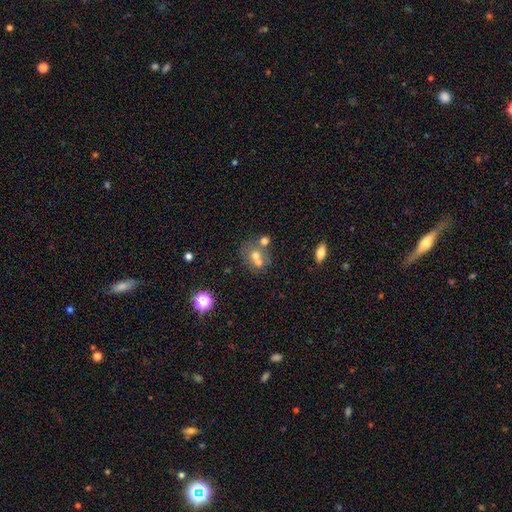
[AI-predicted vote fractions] A smooth galaxy with no disk features (59%) that is round (70%).

Vote fractions:
- Smooth or featured? smooth: 59% / featured or disk: 26% / star or artifact: 15%
- How rounded? round: 70% / in between: 29% / cigar-shaped: 1%
- Merging? merger: 52% / none: 35% / minor disturbance: 8% / major disturbance: 5%